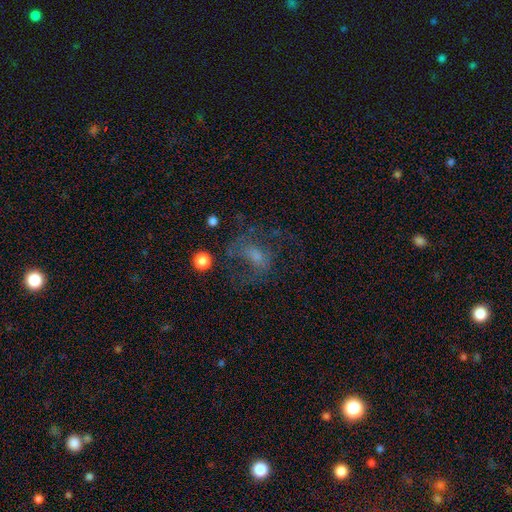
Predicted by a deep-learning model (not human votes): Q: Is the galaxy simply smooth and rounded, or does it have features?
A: featured or disk — 50%.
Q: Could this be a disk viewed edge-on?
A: no — 97%.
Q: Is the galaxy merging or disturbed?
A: none — 41%.